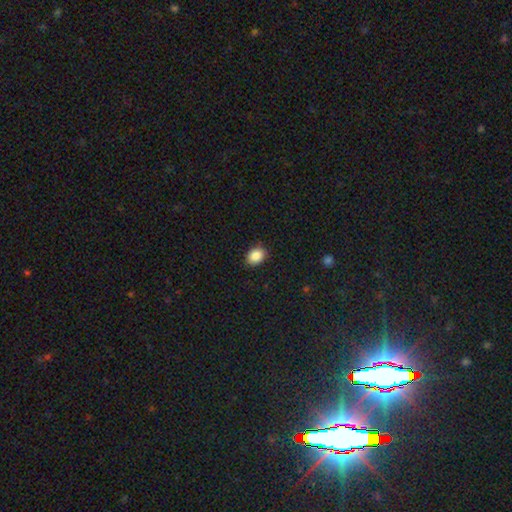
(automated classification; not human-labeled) Smooth or featured: smooth — 88% (star or artifact — 8%)
How rounded: in between — 63% (round — 36%)
Merging: none — 88% (minor disturbance — 9%)